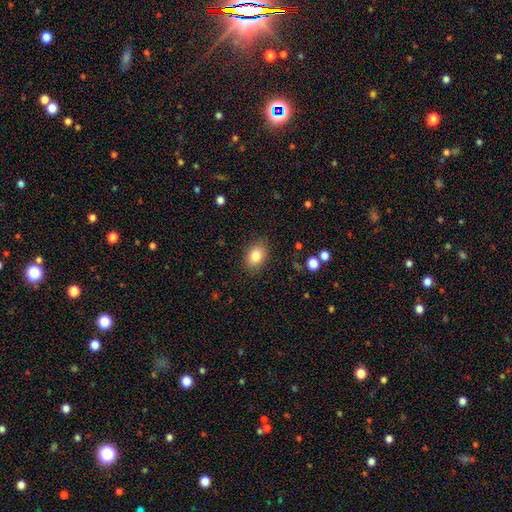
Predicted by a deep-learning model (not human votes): Smooth or featured: smooth — 82% (featured or disk — 9%)
How rounded: in between — 77% (round — 21%)
Merging: none — 86% (minor disturbance — 10%)